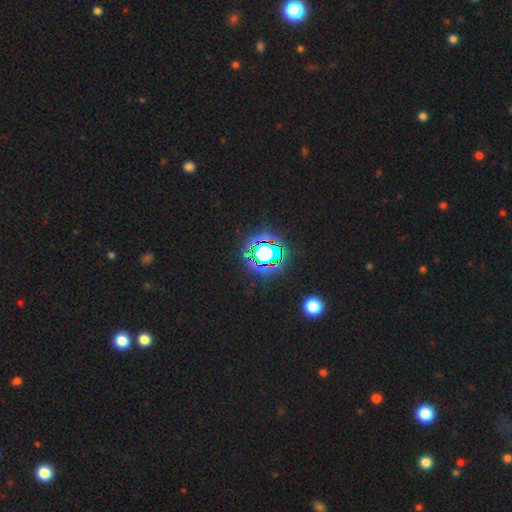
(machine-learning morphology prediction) star or artifact 84%, smooth 10%, featured or disk 6%.